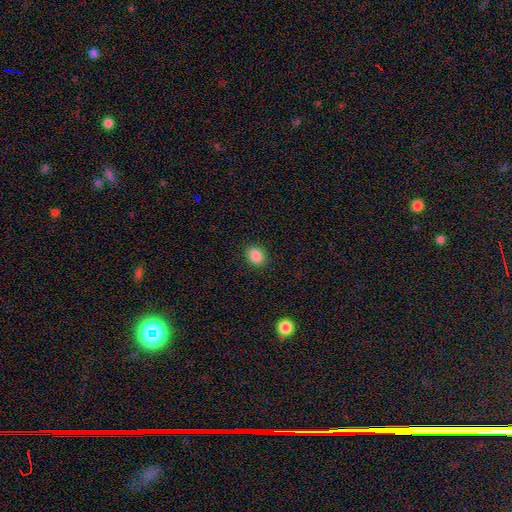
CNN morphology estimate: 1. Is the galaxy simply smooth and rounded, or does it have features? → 87% smooth, 9% star or artifact, 4% featured or disk.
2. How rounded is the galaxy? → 53% round, 46% in between, 1% cigar-shaped.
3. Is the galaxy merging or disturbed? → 90% none, 7% minor disturbance, 2% major disturbance, 1% merger.